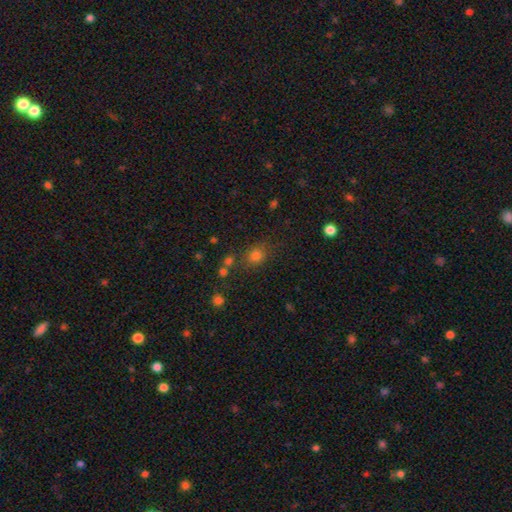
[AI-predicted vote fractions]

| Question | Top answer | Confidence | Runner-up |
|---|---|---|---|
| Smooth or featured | smooth | 74% | star or artifact (18%) |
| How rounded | round | 74% | in between (25%) |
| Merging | none | 75% | minor disturbance (13%) |